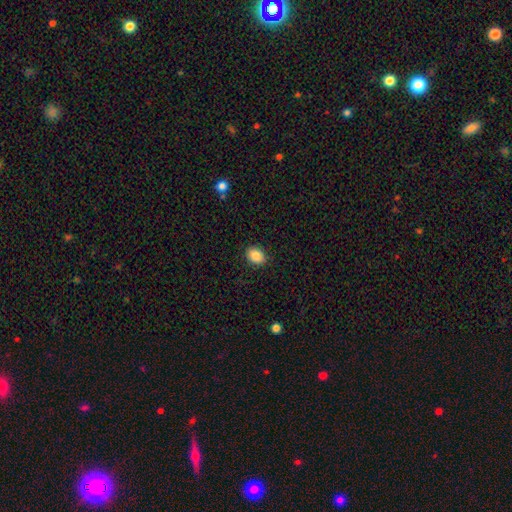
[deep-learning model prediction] A smooth galaxy with no disk features (87%) that is in between round and cigar-shaped (66%).

Vote fractions:
- Smooth or featured? smooth: 87% / star or artifact: 8% / featured or disk: 5%
- How rounded? in between: 66% / round: 33% / cigar-shaped: 1%
- Merging? none: 89% / minor disturbance: 8% / major disturbance: 2% / merger: 1%